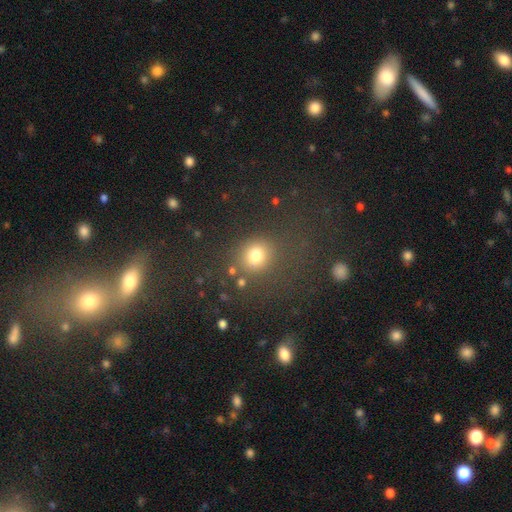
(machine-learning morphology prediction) smooth_or_featured: smooth (p=0.74) [alt: star or artifact p=0.18]
how_rounded: round (p=0.74) [alt: in between p=0.24]
merging: none (p=0.67) [alt: minor disturbance p=0.13]